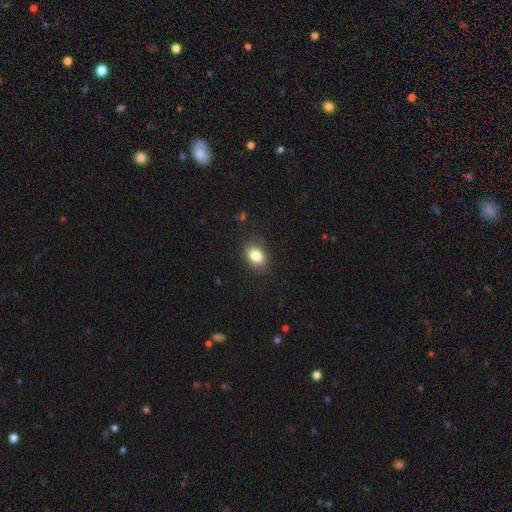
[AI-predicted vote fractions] Smooth or featured? Predicted: smooth (p=0.83). How rounded? Predicted: in between (p=0.76). Merging? Predicted: none (p=0.83).